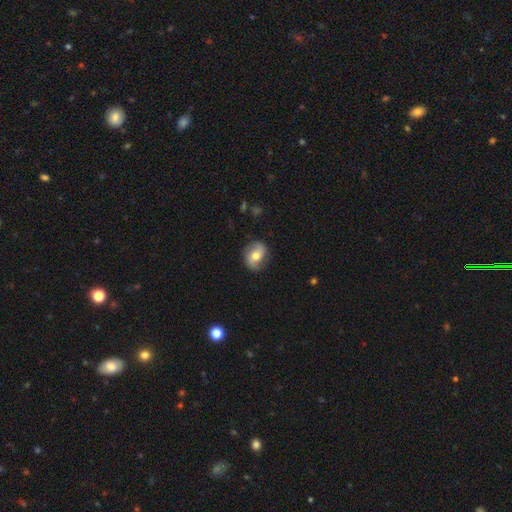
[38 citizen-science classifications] Smooth or featured?
  - featured or disk: 66% *
  - smooth: 32%
  - star or artifact: 3%
Edge-on disk?
  - no: 100% *
  - yes: 0%
Bar?
  - weak: 52% *
  - no: 48%
  - strong: 0%
Spiral arms?
  - yes: 92% *
  - no: 8%
Spiral winding?
  - loose: 57% *
  - medium: 30%
  - tight: 13%
Spiral arm count?
  - 2: 91% *
  - can't tell: 9%
  - 1: 0%
  - 3: 0%
  - 4: 0%
  - more than 4: 0%
Bulge size?
  - moderate: 88% *
  - small: 12%
  - dominant: 0%
  - large: 0%
  - none: 0%
Merging?
  - none: 92% *
  - minor disturbance: 5%
  - major disturbance: 3%
  - merger: 0%